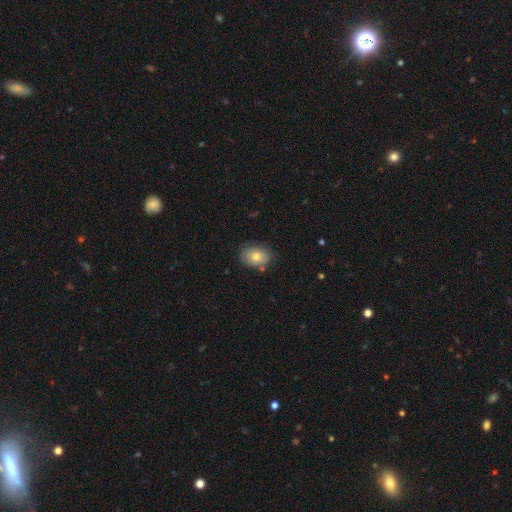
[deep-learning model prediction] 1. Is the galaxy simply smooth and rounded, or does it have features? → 73% smooth, 16% featured or disk, 11% star or artifact.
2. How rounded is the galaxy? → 68% in between, 31% round, 1% cigar-shaped.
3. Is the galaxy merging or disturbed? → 80% none, 15% minor disturbance, 3% major disturbance, 2% merger.